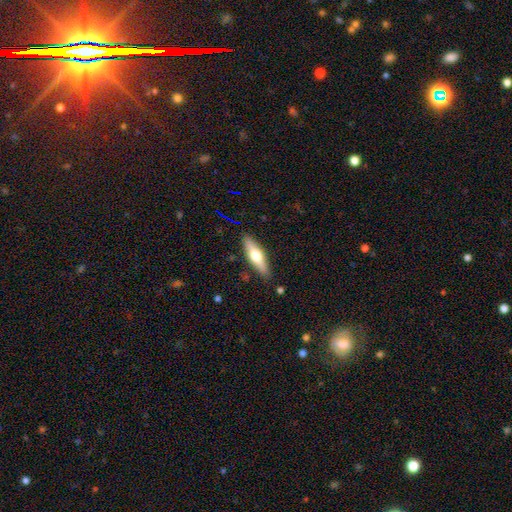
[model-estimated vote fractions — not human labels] smooth_or_featured: smooth (p=0.48) [alt: featured or disk p=0.46]
merging: none (p=0.87) [alt: minor disturbance p=0.09]